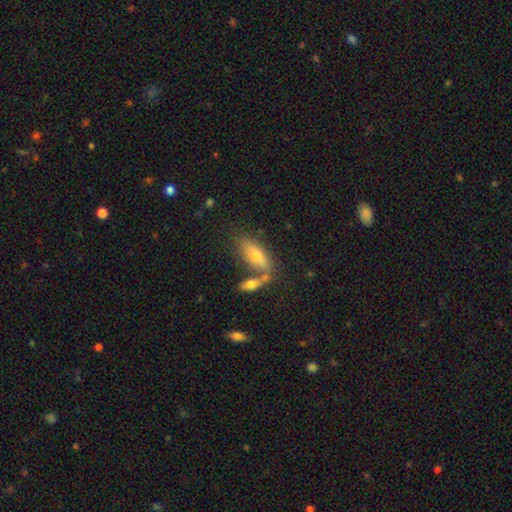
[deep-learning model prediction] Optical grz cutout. It shows a smooth galaxy with no disk features (68%) that is in between round and cigar-shaped (67%). Merging: none (55%).